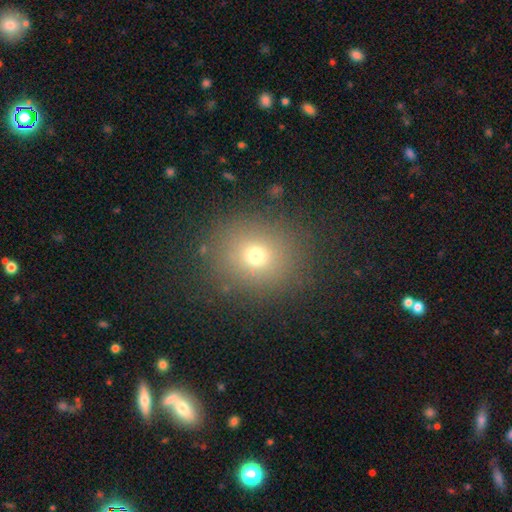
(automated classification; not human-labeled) Smooth or featured: smooth — 70% (star or artifact — 19%)
How rounded: round — 79% (in between — 20%)
Merging: none — 85% (minor disturbance — 9%)